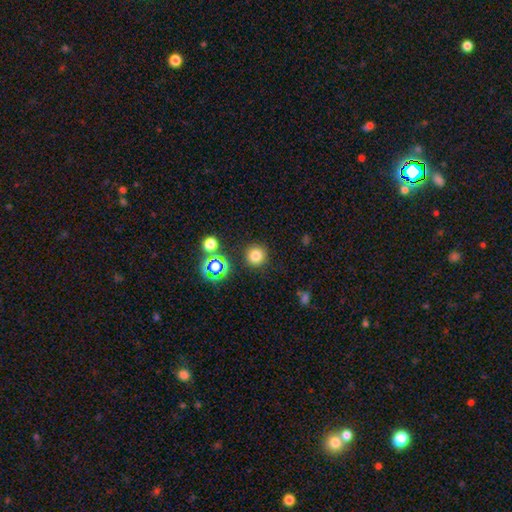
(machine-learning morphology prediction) smooth 77%, star or artifact 17%, featured or disk 6%. Down the decision tree: how rounded — round (95%); merging — none (88%).